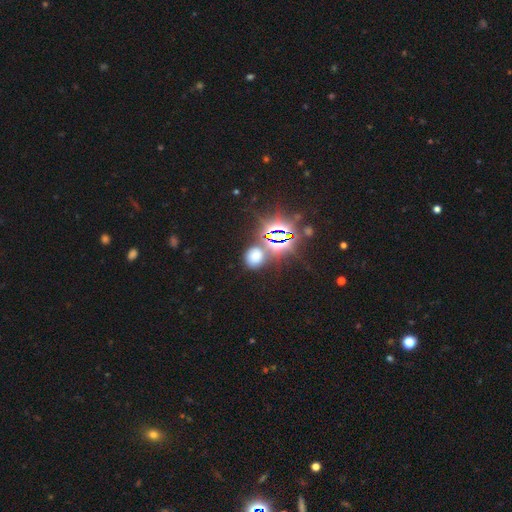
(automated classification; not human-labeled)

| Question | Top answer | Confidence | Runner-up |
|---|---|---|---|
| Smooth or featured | smooth | 48% | star or artifact (44%) |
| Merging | none | 70% | minor disturbance (13%) |